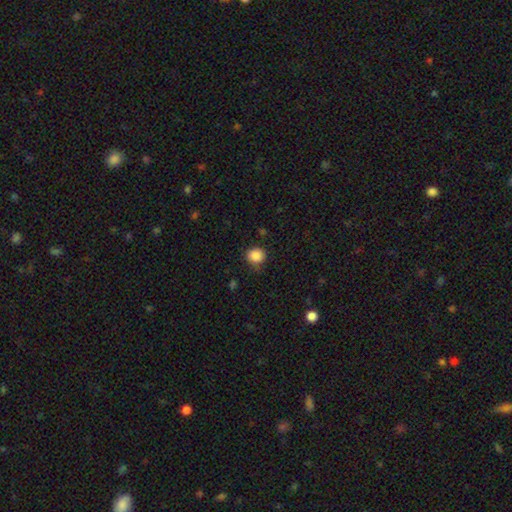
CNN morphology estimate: smooth-or-featured: smooth: 87% | star or artifact: 10% | featured or disk: 3%
  how-rounded: round: 82% | in between: 17% | cigar-shaped: 1%
  merging: none: 79% | minor disturbance: 16% | major disturbance: 4% | merger: 2%